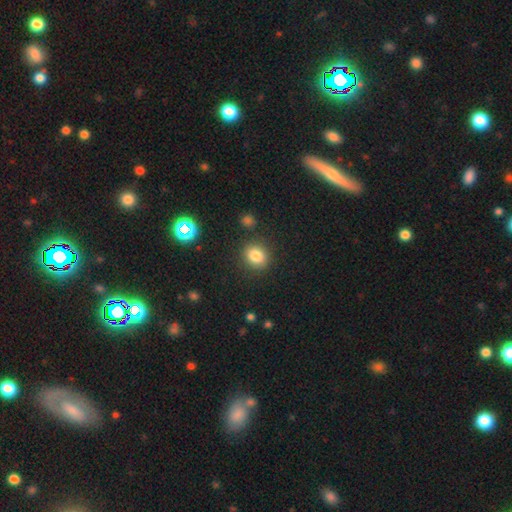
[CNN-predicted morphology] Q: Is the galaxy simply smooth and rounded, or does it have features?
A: smooth — 81%.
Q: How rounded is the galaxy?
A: round — 75%.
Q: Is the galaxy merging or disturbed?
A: none — 86%.